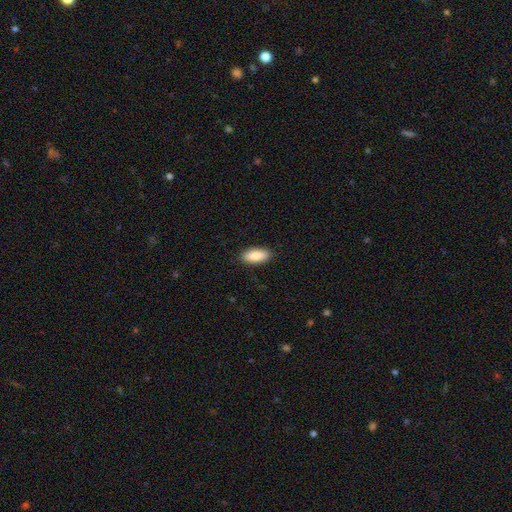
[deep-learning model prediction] This is clearly a smooth galaxy (88%). How rounded: clearly in between (86%). Merging: clearly none (90%).